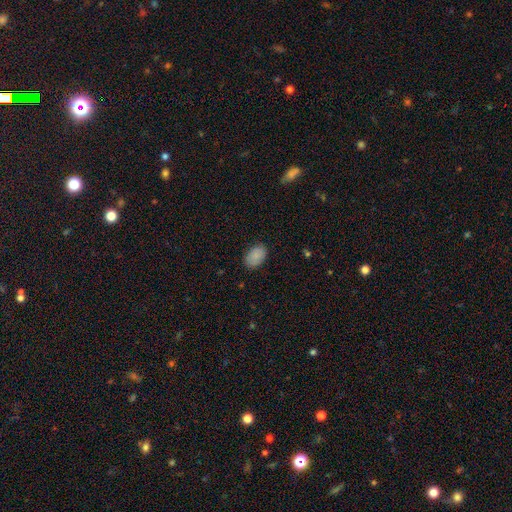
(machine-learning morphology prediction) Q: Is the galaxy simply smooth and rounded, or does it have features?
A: smooth — 87%.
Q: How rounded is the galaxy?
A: in between — 89%.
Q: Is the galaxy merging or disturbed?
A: none — 86%.